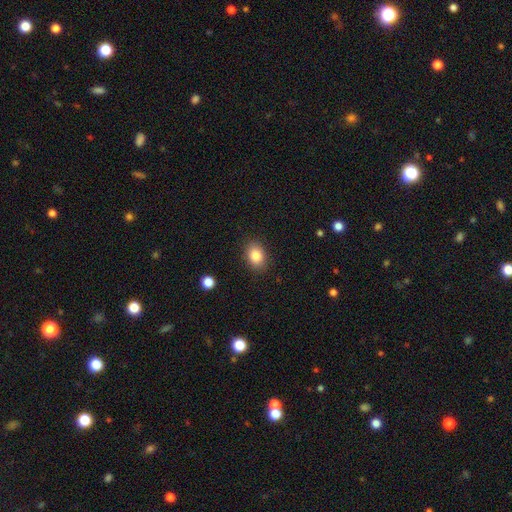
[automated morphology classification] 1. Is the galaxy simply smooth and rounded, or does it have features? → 84% smooth, 9% star or artifact, 7% featured or disk.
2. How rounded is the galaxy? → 68% in between, 31% round, 1% cigar-shaped.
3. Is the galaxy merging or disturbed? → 88% none, 9% minor disturbance, 2% major disturbance, 1% merger.